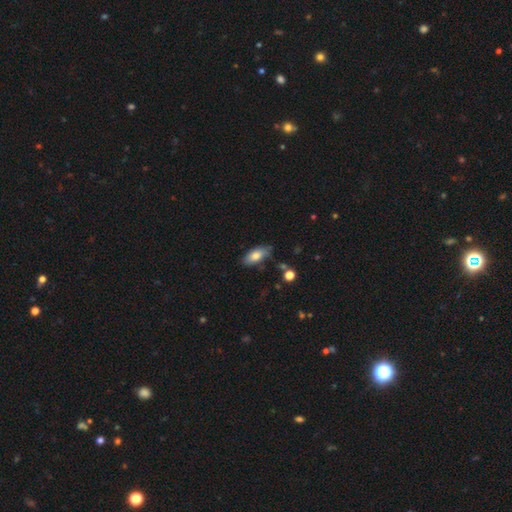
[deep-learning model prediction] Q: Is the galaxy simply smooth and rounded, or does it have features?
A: smooth — 78%.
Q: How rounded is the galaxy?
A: in between — 85%.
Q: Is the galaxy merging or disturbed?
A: none — 74%.